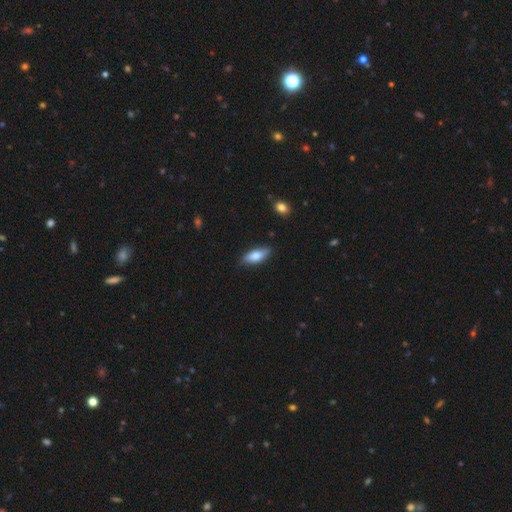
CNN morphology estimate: The model was most divided on "how rounded": in between: 74%, cigar-shaped: 24%, round: 3%. More confident: merging — none (81%); smooth or featured — smooth (73%).